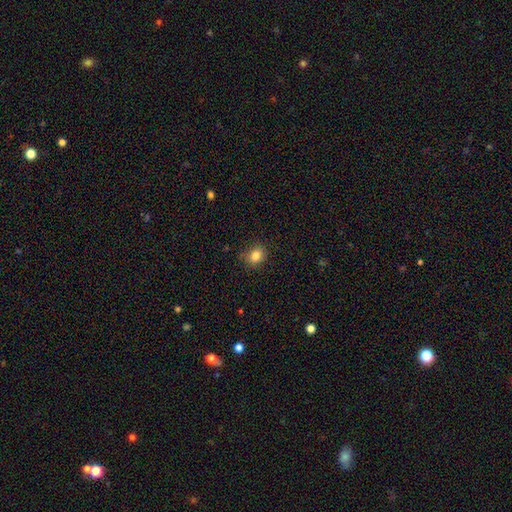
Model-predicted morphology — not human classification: Smooth or featured? Predicted: smooth (p=0.83). How rounded? Predicted: round (p=0.51). Merging? Predicted: none (p=0.82).